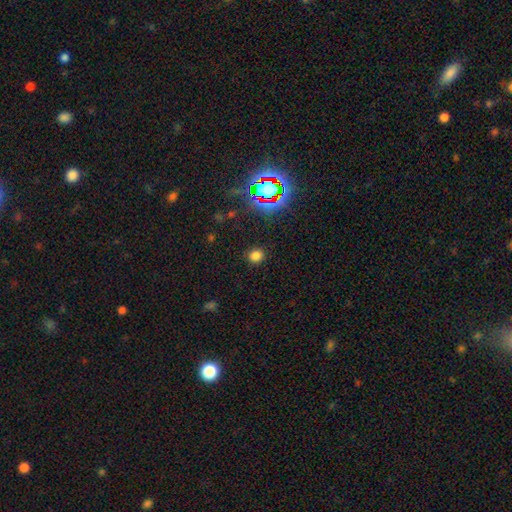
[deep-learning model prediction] Smooth or featured?
  - smooth: 74% *
  - star or artifact: 21%
  - featured or disk: 5%
How rounded?
  - round: 85% *
  - in between: 14%
  - cigar-shaped: 1%
Merging?
  - none: 88% *
  - minor disturbance: 7%
  - major disturbance: 3%
  - merger: 1%